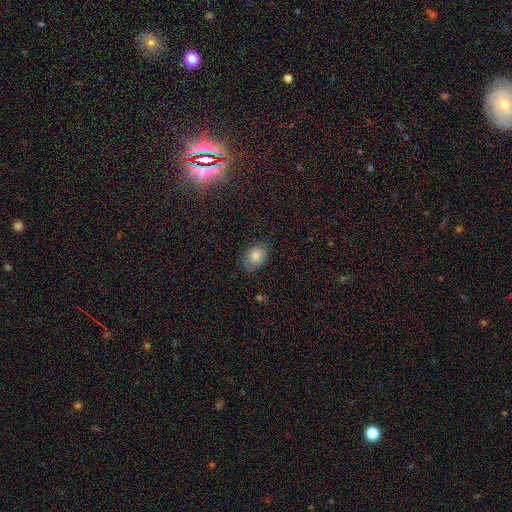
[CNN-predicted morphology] Overall: smooth (80%). How rounded: in between (64%; round 35%). Merging: none (78%).